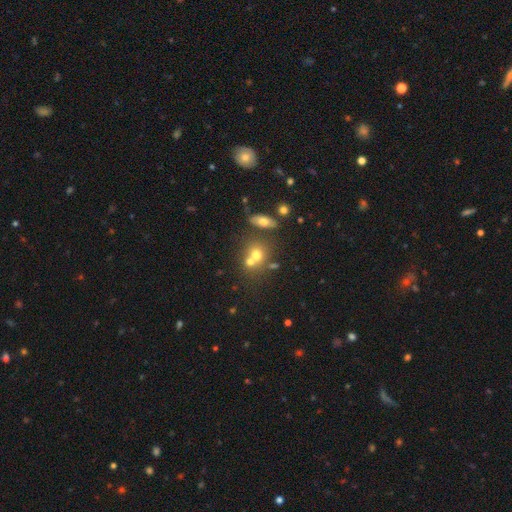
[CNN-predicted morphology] smooth 59%, featured or disk 22%, star or artifact 19%. Down the decision tree: how rounded — round (69%); merging — merger (49%).